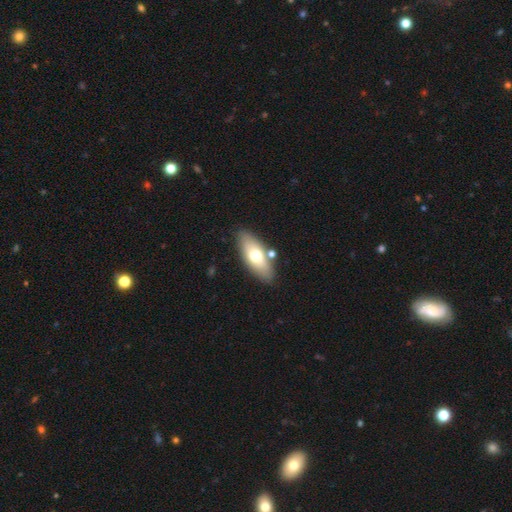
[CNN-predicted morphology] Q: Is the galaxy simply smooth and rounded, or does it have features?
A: smooth — 63%.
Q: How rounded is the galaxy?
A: in between — 78%.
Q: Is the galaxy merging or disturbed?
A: none — 80%.